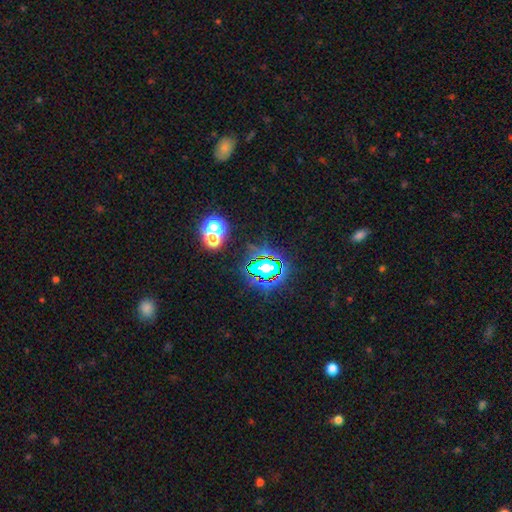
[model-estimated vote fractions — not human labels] This is likely a star or artifact rather than a galaxy (77%).